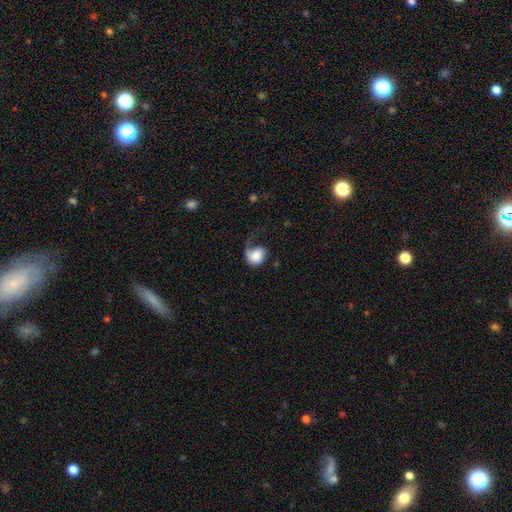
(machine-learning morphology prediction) Smooth or featured? Predicted: smooth (p=0.57). How rounded? Predicted: round (p=0.52). Merging? Predicted: major disturbance (p=0.46).